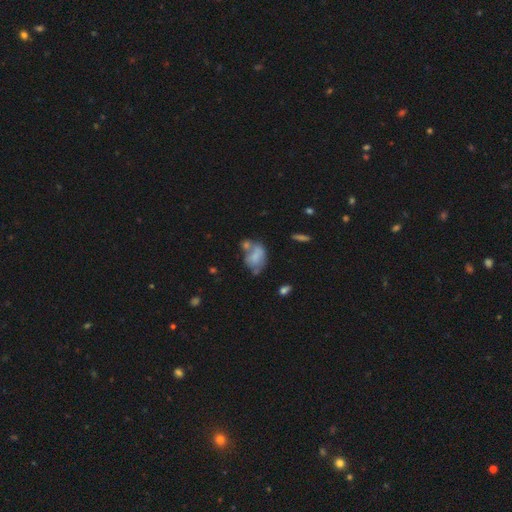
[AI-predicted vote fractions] Morphology: type=smooth (65%); roundness=in between (80%); merging=merger (34%).